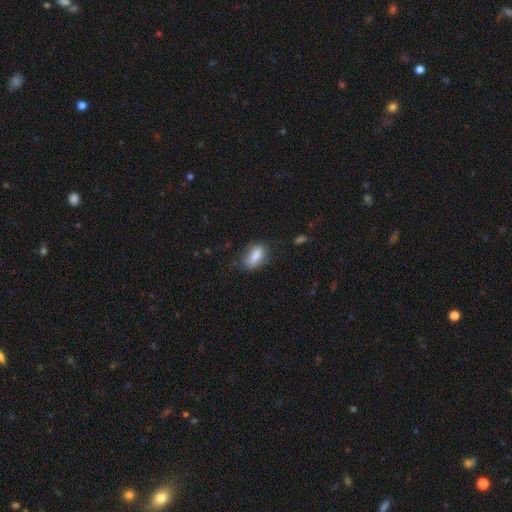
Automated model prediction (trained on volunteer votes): Smooth or featured? smooth (82%)
How rounded? in between (87%)
Merging? none (62%)